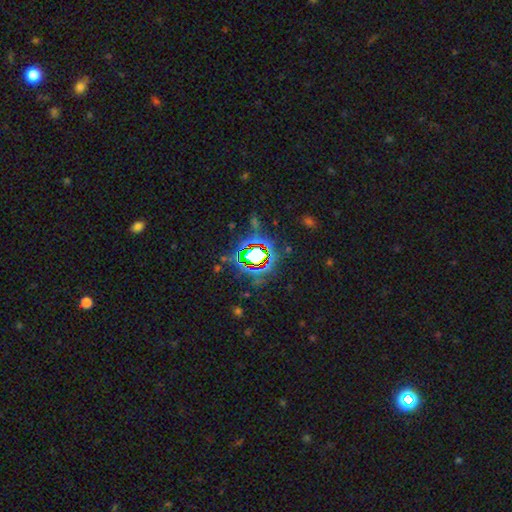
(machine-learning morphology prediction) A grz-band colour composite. It shows a star or artifact, not a galaxy (74%).